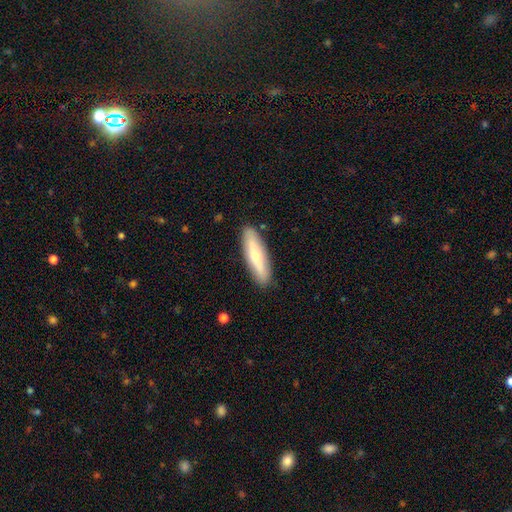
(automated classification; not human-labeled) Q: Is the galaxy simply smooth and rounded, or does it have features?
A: smooth — 57%.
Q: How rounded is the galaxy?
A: cigar-shaped — 64%.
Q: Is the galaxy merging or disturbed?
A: none — 88%.